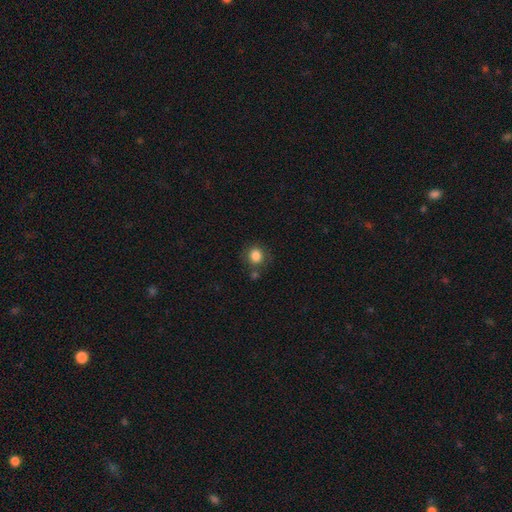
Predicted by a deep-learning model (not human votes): A smooth galaxy with no disk features (84%) that is round (76%).

Vote fractions:
- Smooth or featured? smooth: 84% / star or artifact: 10% / featured or disk: 6%
- How rounded? round: 76% / in between: 23% / cigar-shaped: 1%
- Merging? none: 72% / minor disturbance: 14% / merger: 9% / major disturbance: 5%